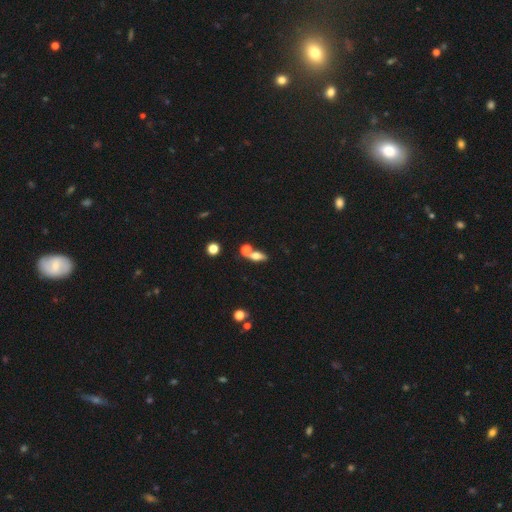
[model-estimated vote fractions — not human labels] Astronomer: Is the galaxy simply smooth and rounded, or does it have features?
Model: smooth — 69%.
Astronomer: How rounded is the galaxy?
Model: in between — 71%.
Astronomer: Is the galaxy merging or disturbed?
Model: none — 46% (runner-up: merger, 39%).